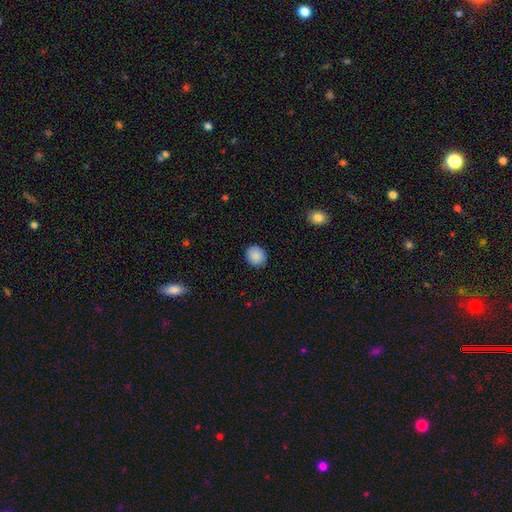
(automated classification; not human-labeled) smooth-or-featured: smooth: 88% | star or artifact: 8% | featured or disk: 4%
  how-rounded: round: 79% | in between: 20% | cigar-shaped: 1%
  merging: none: 87% | minor disturbance: 10% | major disturbance: 2% | merger: 1%